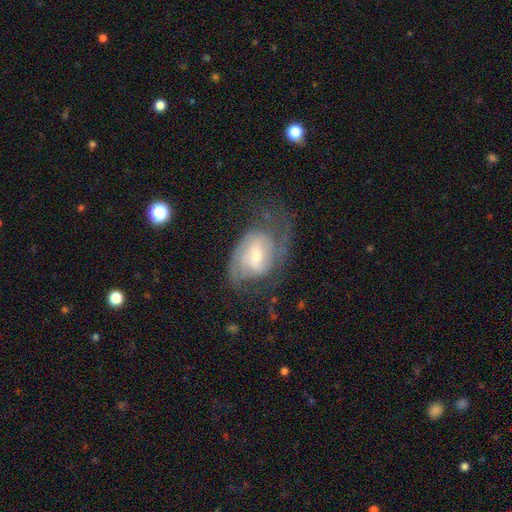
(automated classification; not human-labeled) A featured or disk galaxy (80%) with a weak bar (54%), 2 (58%) medium (43%) spiral arms (93%) and a small central bulge (44%).

Vote fractions:
- Smooth or featured? featured or disk: 80% / smooth: 14% / star or artifact: 6%
- Edge-on disk? no: 97% / yes: 3%
- Bar? weak: 54% / no: 32% / strong: 14%
- Spiral arms? yes: 93% / no: 7%
- Spiral winding? medium: 43% / tight: 39% / loose: 18%
- Spiral arm count? 2: 58% / can't tell: 21% / 3: 9% / 1: 6% / 4: 3% / more than 4: 3%
- Bulge size? small: 44% / moderate: 42% / large: 7% / none: 4% / dominant: 1%
- Merging? none: 53% / major disturbance: 24% / minor disturbance: 21% / merger: 2%